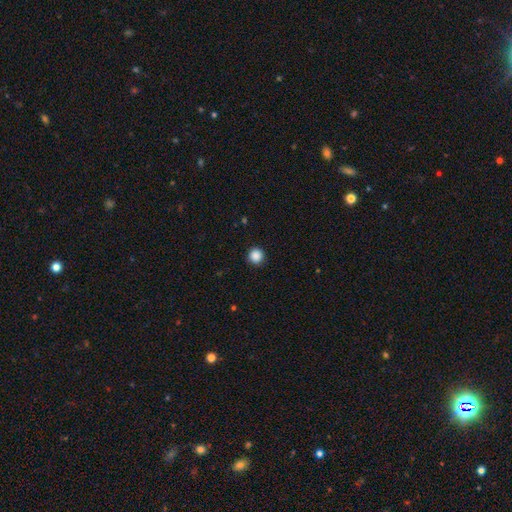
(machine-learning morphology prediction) smooth-or-featured: smooth: 88% | star or artifact: 10% | featured or disk: 2%
  how-rounded: round: 95% | in between: 4% | cigar-shaped: 1%
  merging: none: 92% | minor disturbance: 5% | major disturbance: 2% | merger: 1%